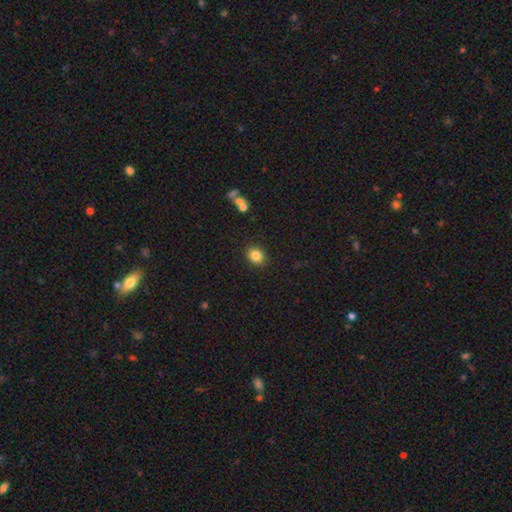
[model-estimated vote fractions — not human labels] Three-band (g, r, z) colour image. It shows a smooth galaxy with no disk features (84%) that is round (58%). Merging: none (88%).